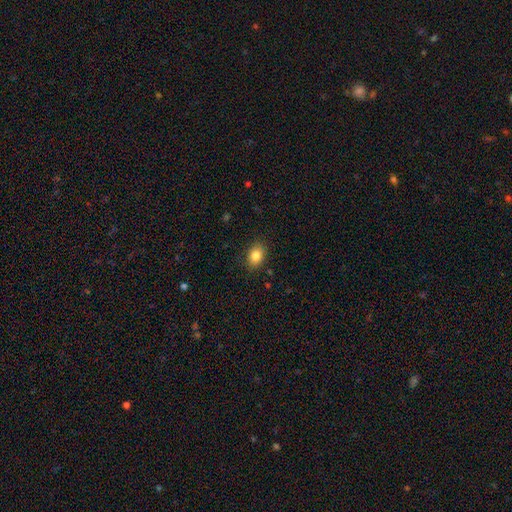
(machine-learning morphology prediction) type=smooth (85%); roundness=in between (72%); merging=none (87%).